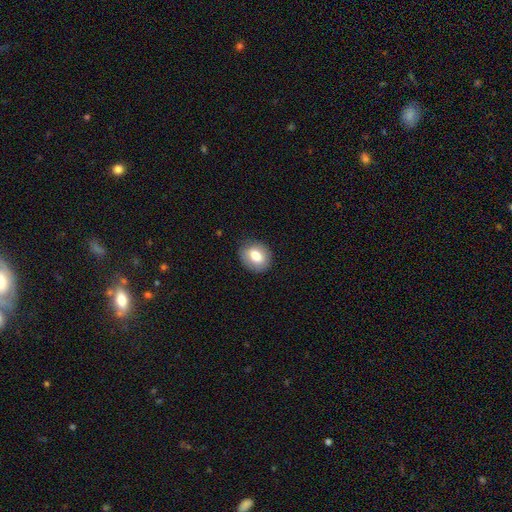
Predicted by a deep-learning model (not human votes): Smooth or featured?
  - smooth: 79% *
  - featured or disk: 13%
  - star or artifact: 8%
How rounded?
  - round: 58% *
  - in between: 41%
  - cigar-shaped: 1%
Merging?
  - none: 85% *
  - minor disturbance: 11%
  - major disturbance: 3%
  - merger: 1%